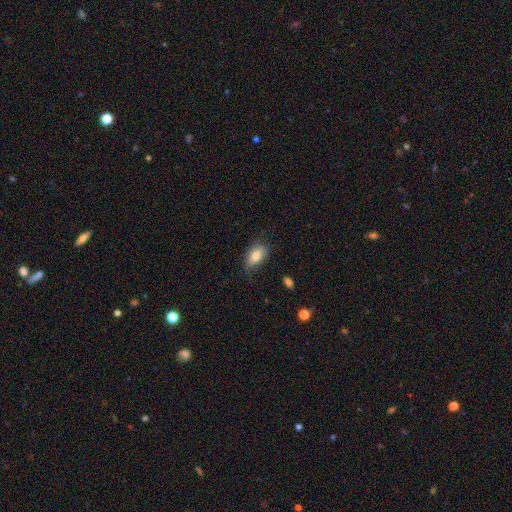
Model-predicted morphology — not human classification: Smooth or featured: smooth — 79% (featured or disk — 13%)
How rounded: in between — 90% (round — 5%)
Merging: none — 66% (minor disturbance — 26%)